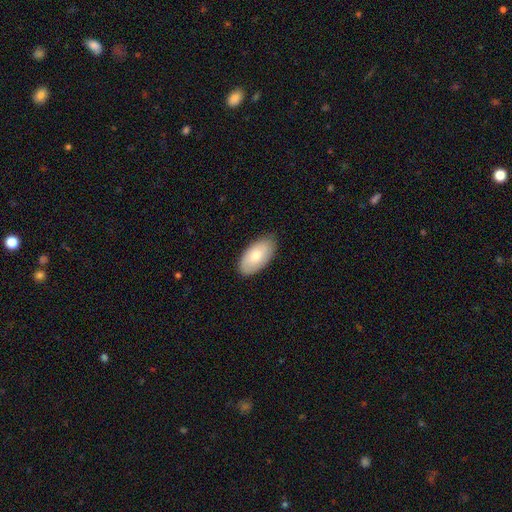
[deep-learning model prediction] smooth 77%, featured or disk 18%, star or artifact 5%. Down the decision tree: how rounded — in between (95%); merging — none (83%).